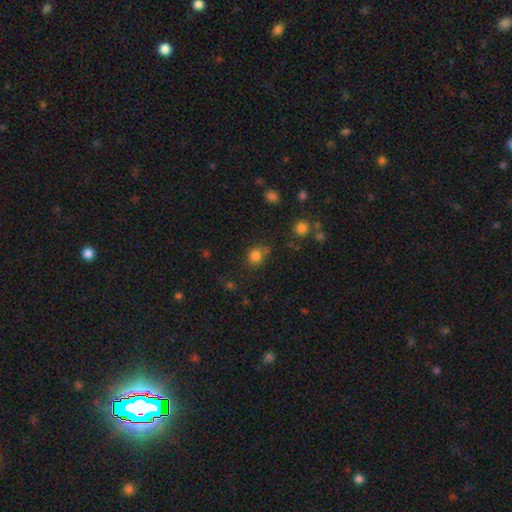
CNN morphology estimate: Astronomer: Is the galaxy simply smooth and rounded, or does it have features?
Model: smooth — 81%.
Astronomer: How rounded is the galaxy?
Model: round — 79%.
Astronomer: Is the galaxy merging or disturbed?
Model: none — 64%.